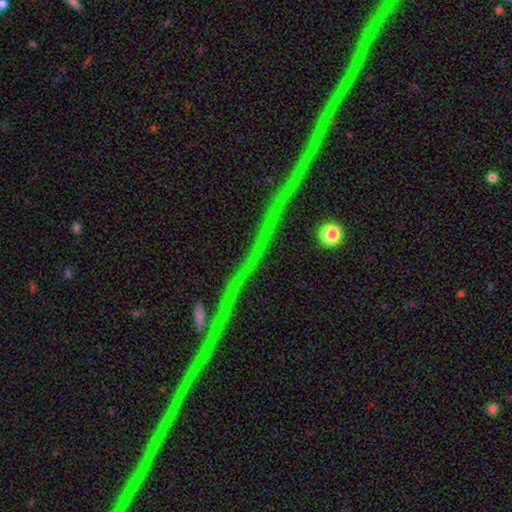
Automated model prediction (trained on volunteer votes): Smooth or featured? Predicted: star or artifact (p=0.66).